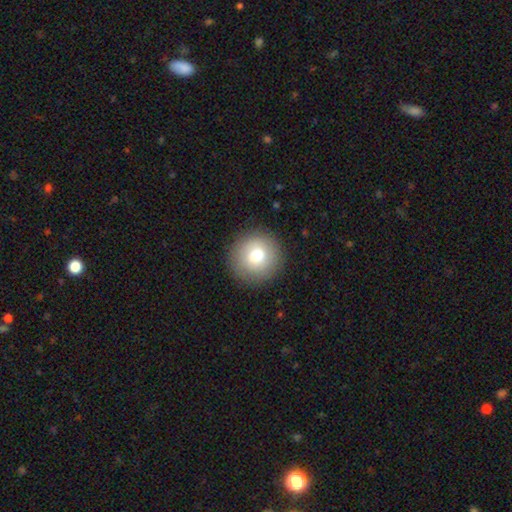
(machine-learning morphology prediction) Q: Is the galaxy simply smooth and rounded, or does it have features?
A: smooth — 77%.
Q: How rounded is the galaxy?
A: round — 93%.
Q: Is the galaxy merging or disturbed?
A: none — 89%.